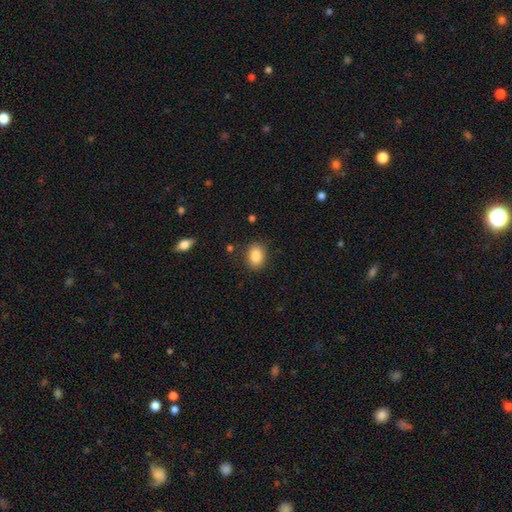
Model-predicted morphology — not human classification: A smooth galaxy with no disk features (86%) that is in between round and cigar-shaped (71%).

Vote fractions:
- Smooth or featured? smooth: 86% / star or artifact: 8% / featured or disk: 5%
- How rounded? in between: 71% / round: 28% / cigar-shaped: 1%
- Merging? none: 86% / minor disturbance: 10% / major disturbance: 3% / merger: 1%